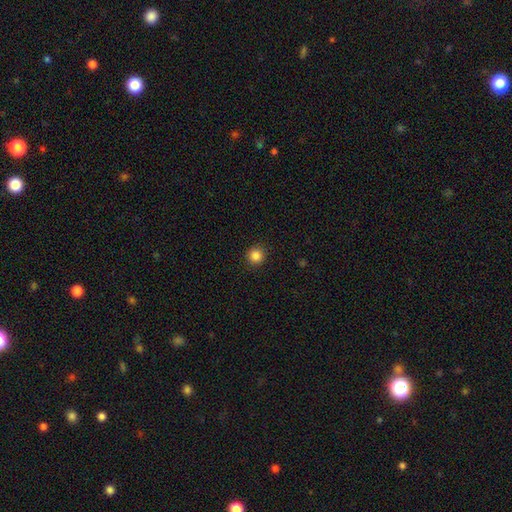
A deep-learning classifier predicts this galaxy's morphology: Smooth or featured: smooth — 86% (star or artifact — 11%)
How rounded: round — 94% (in between — 5%)
Merging: none — 91% (minor disturbance — 6%)